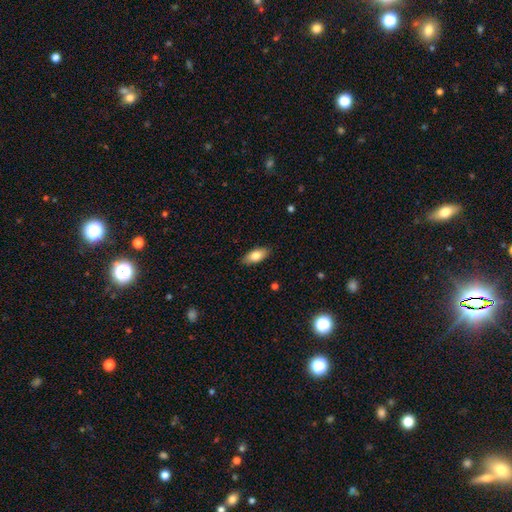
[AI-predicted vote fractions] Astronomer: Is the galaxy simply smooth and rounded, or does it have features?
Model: smooth — 79%.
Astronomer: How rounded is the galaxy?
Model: in between — 85%.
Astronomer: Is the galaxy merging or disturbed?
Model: none — 88%.